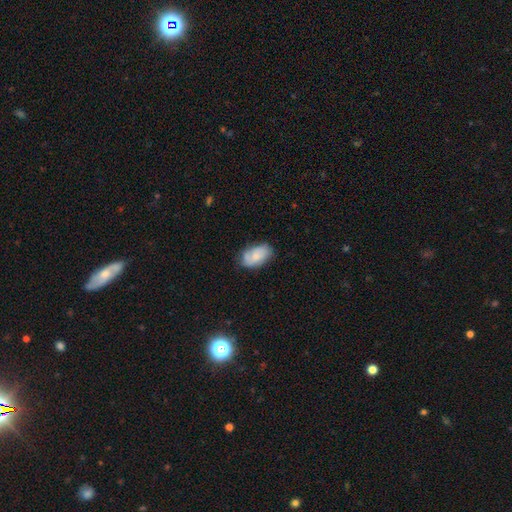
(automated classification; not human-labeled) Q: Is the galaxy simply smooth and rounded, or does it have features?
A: smooth — 64%.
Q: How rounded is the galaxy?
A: in between — 93%.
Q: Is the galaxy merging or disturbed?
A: none — 66%.